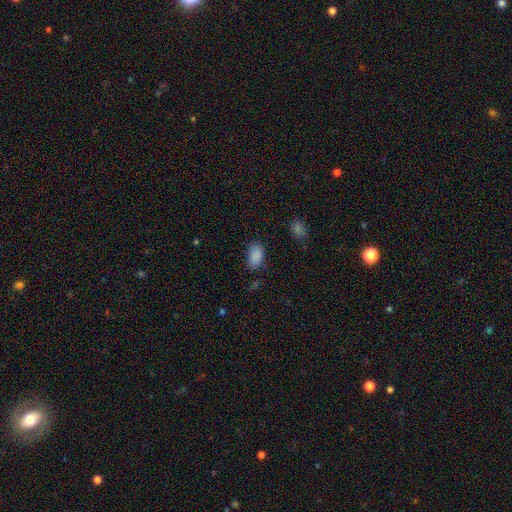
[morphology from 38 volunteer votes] Smooth or featured? smooth (89%)
How rounded? in between (97%)
Merging? none (86%)